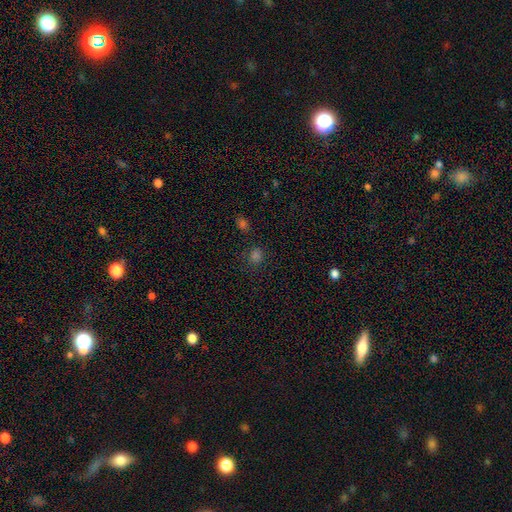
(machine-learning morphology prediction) type=smooth (69%); roundness=round (76%); merging=none (81%).